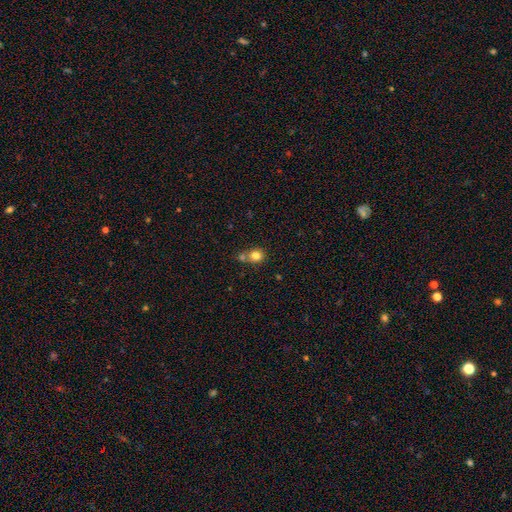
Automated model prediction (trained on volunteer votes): Overall: smooth (81%). How rounded: round (81%). Merging: none (54%; merger 33%).